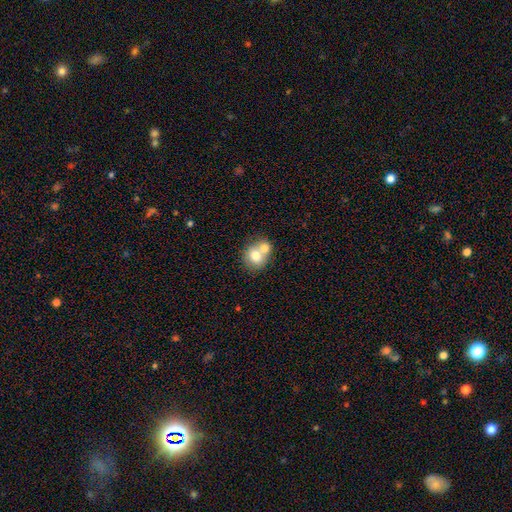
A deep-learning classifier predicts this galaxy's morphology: type=smooth (71%); roundness=round (72%); merging=merger (59%).